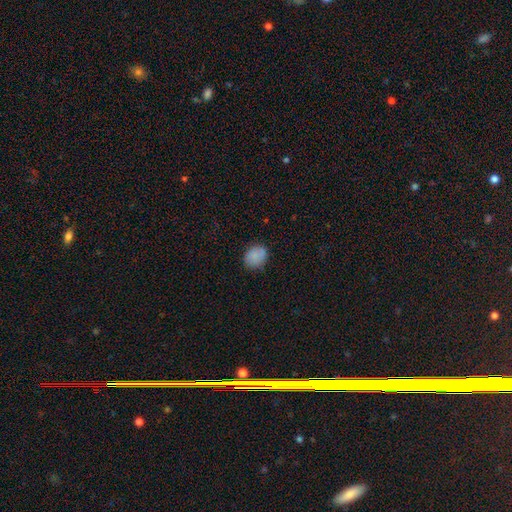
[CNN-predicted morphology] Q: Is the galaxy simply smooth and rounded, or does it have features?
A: smooth — 85%.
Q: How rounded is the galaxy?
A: round — 61%.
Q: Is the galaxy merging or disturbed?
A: none — 80%.